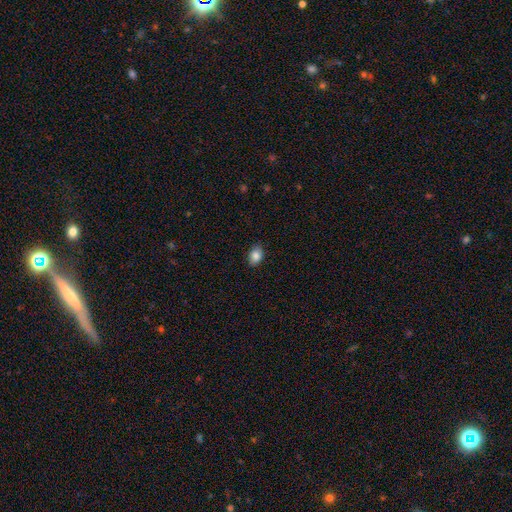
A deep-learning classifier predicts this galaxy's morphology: Overall: smooth (85%). How rounded: in between (82%). Merging: none (88%).